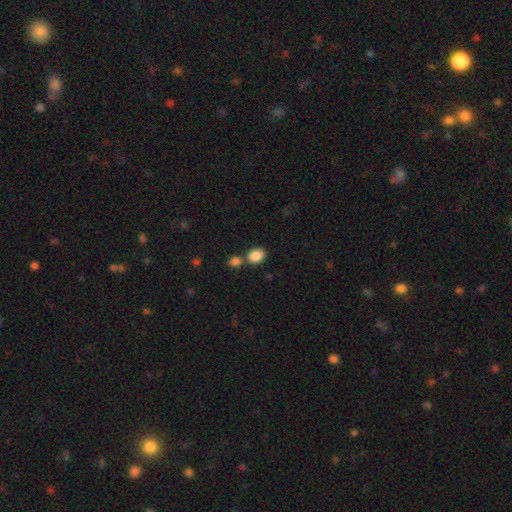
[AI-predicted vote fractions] Smooth or featured? Predicted: smooth (p=0.87). How rounded? Predicted: in between (p=0.67). Merging? Predicted: none (p=0.56).